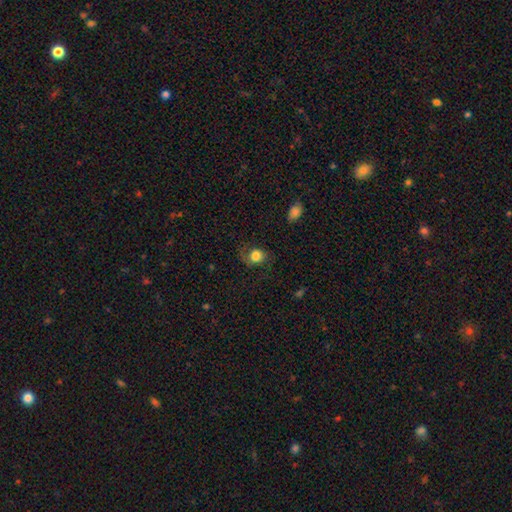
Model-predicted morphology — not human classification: Smooth or featured?
  - smooth: 74% *
  - featured or disk: 17%
  - star or artifact: 9%
How rounded?
  - round: 62% *
  - in between: 37%
  - cigar-shaped: 1%
Merging?
  - none: 60% *
  - minor disturbance: 22%
  - major disturbance: 16%
  - merger: 2%